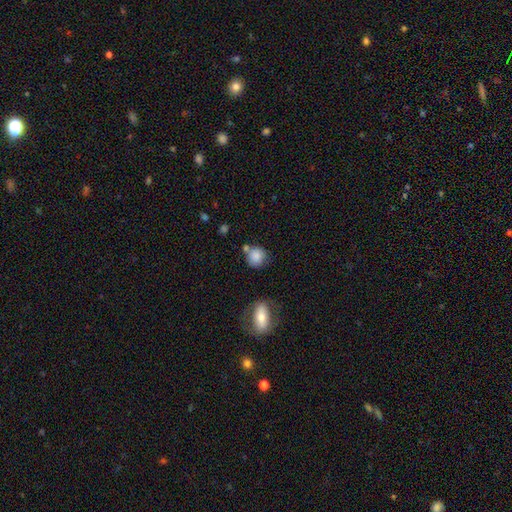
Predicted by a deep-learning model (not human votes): Smooth or featured?
  - smooth: 84% *
  - star or artifact: 8%
  - featured or disk: 7%
How rounded?
  - round: 84% *
  - in between: 15%
  - cigar-shaped: 1%
Merging?
  - none: 60% *
  - minor disturbance: 18%
  - merger: 17%
  - major disturbance: 5%